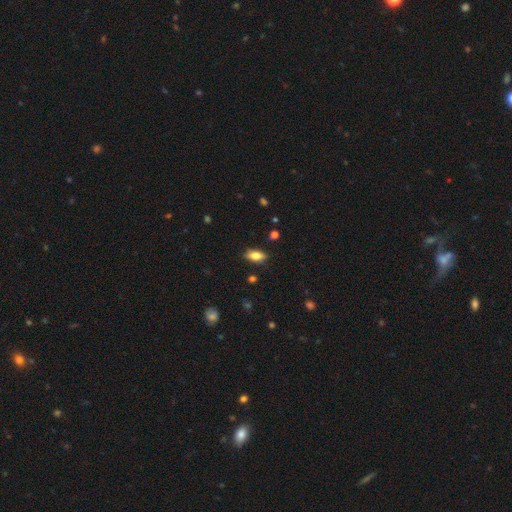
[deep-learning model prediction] Smooth or featured?
  - smooth: 79% *
  - featured or disk: 13%
  - star or artifact: 8%
How rounded?
  - in between: 87% *
  - cigar-shaped: 10%
  - round: 4%
Merging?
  - none: 84% *
  - minor disturbance: 12%
  - major disturbance: 2%
  - merger: 1%